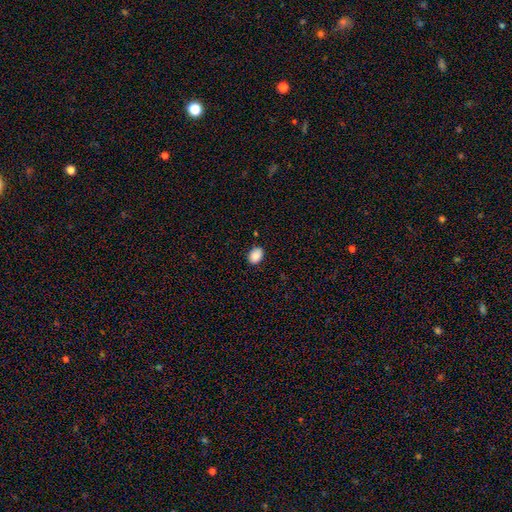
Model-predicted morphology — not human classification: Smooth or featured? smooth (88%)
How rounded? in between (74%)
Merging? none (83%)